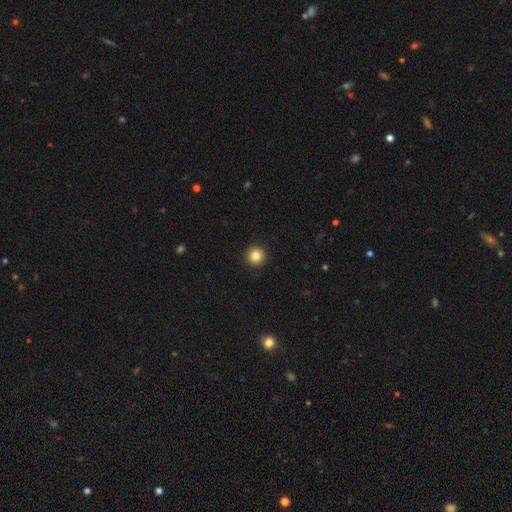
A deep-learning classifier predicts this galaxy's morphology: This is clearly a smooth galaxy (84%). How rounded: clearly round (96%). Merging: clearly none (94%).